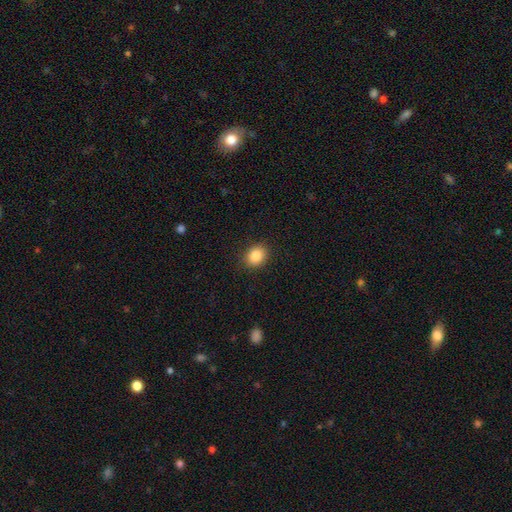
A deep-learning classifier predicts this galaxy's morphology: Q: Smooth or featured?
A: smooth (86%); runner-up: star or artifact (9%)
Q: How rounded?
A: round (60%); runner-up: in between (39%)
Q: Merging?
A: none (89%); runner-up: minor disturbance (8%)